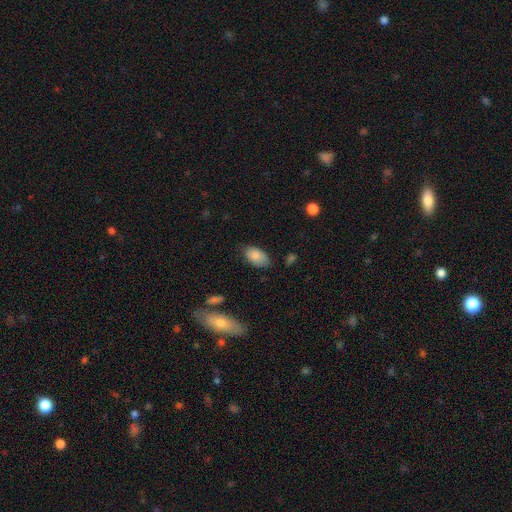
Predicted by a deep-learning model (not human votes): The model was most divided on "merging": none: 69%, minor disturbance: 24%, major disturbance: 5%, merger: 2%. More confident: how rounded — in between (94%); smooth or featured — smooth (83%).